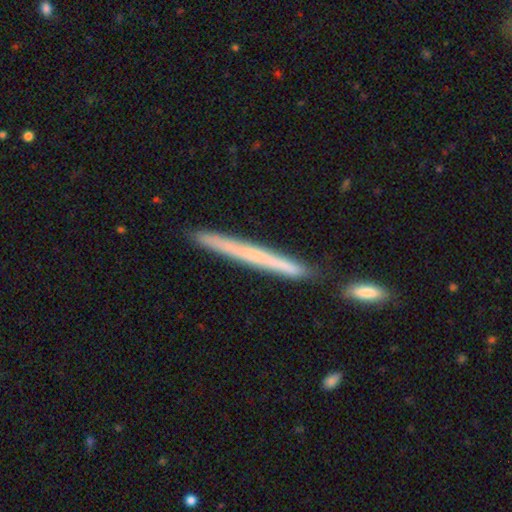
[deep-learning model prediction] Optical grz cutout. It shows a smooth galaxy with no disk features (49%). Merging: none (84%).